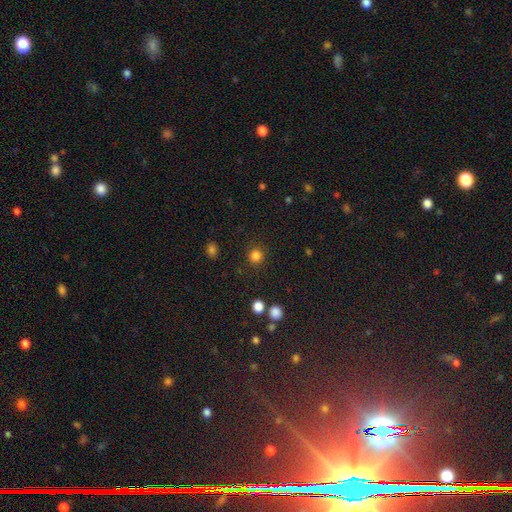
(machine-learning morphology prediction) A smooth galaxy with no disk features (83%) that is round (93%). Merging: none (89%).